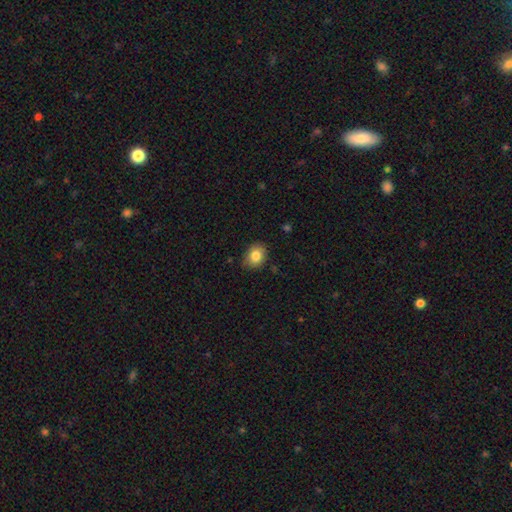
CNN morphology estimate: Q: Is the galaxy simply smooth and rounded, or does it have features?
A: smooth — 84%.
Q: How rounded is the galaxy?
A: in between — 54%.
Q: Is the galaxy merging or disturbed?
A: none — 80%.